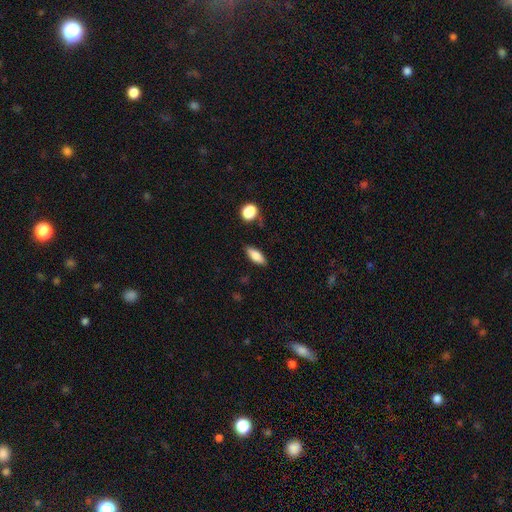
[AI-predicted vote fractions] Overall: smooth (80%). How rounded: in between (73%). Merging: none (84%).